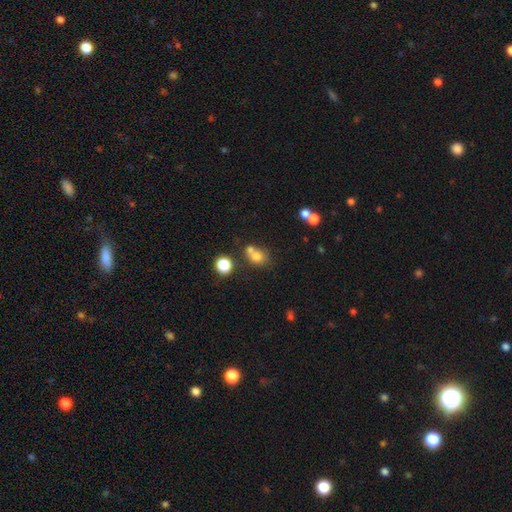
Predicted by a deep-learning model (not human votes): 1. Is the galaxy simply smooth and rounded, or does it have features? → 73% smooth, 15% star or artifact, 12% featured or disk.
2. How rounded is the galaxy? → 72% round, 27% in between, 1% cigar-shaped.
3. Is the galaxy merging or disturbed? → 44% none, 41% merger, 10% minor disturbance, 5% major disturbance.